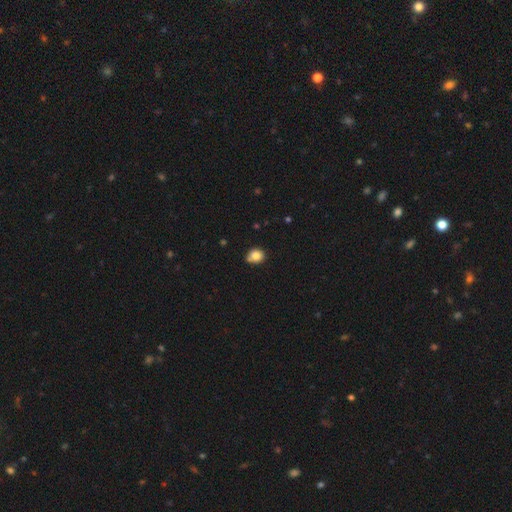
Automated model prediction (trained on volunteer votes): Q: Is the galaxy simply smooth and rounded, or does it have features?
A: smooth — 81%.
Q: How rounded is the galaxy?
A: round — 71%.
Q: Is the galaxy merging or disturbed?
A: none — 63%.